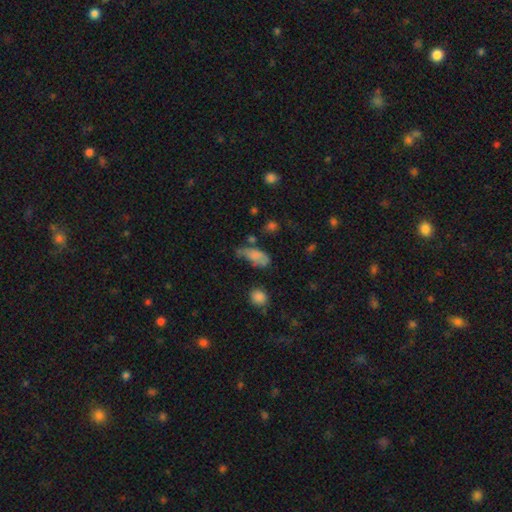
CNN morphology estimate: Smooth or featured? Predicted: smooth (p=0.72). How rounded? Predicted: in between (p=0.85). Merging? Predicted: minor disturbance (p=0.36).